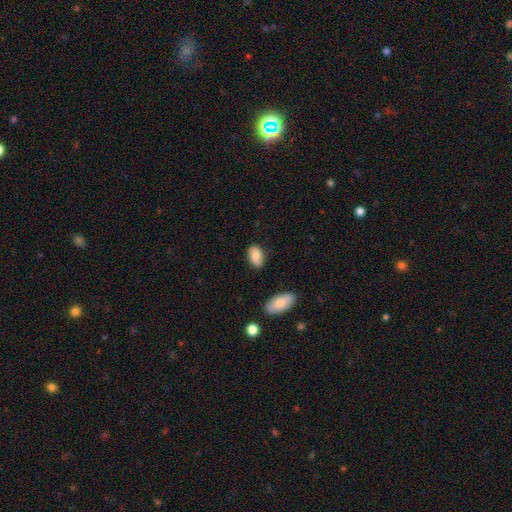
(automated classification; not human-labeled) Smooth or featured? smooth (81%)
How rounded? in between (92%)
Merging? none (81%)